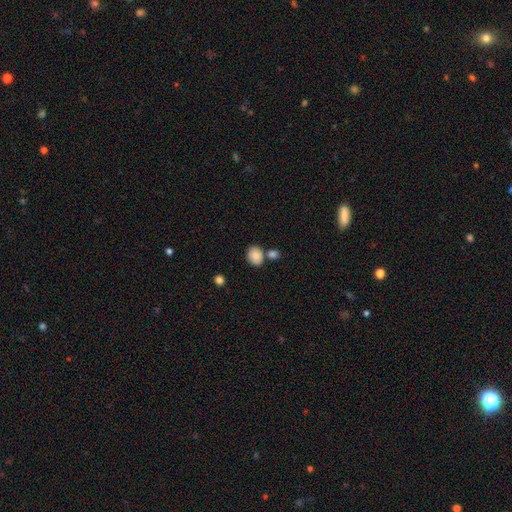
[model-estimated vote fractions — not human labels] Smooth or featured?
  - smooth: 85% *
  - star or artifact: 8%
  - featured or disk: 7%
How rounded?
  - round: 50% *
  - in between: 49%
  - cigar-shaped: 1%
Merging?
  - none: 64% *
  - merger: 22%
  - minor disturbance: 11%
  - major disturbance: 3%